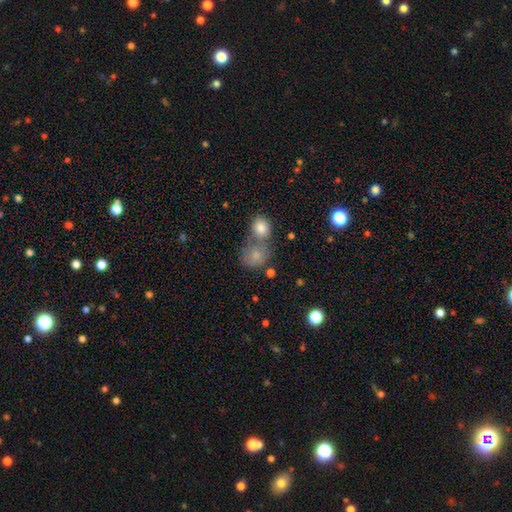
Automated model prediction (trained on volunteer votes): smooth_or_featured: smooth (p=0.76) [alt: featured or disk p=0.13]
how_rounded: round (p=0.70) [alt: in between p=0.29]
merging: merger (p=0.47) [alt: none p=0.34]